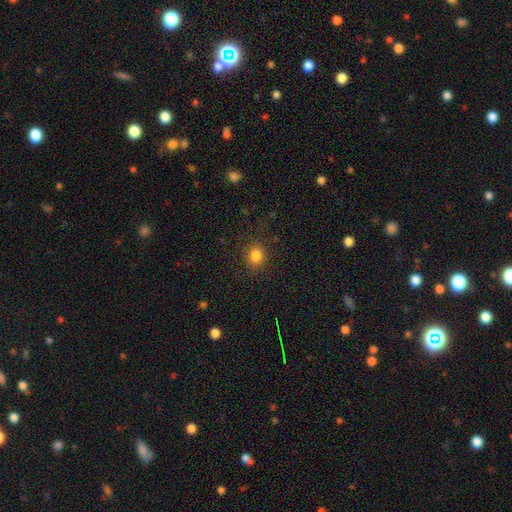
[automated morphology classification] A smooth galaxy with no disk features (84%) that is round (59%).

Vote fractions:
- Smooth or featured? smooth: 84% / star or artifact: 12% / featured or disk: 5%
- How rounded? round: 59% / in between: 40% / cigar-shaped: 1%
- Merging? none: 86% / minor disturbance: 10% / major disturbance: 3% / merger: 1%